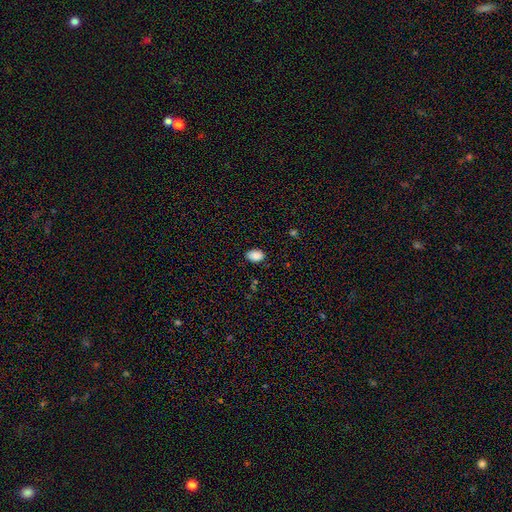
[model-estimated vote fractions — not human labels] A smooth galaxy with no disk features (88%) that is in between round and cigar-shaped (86%). Merging: none (84%).